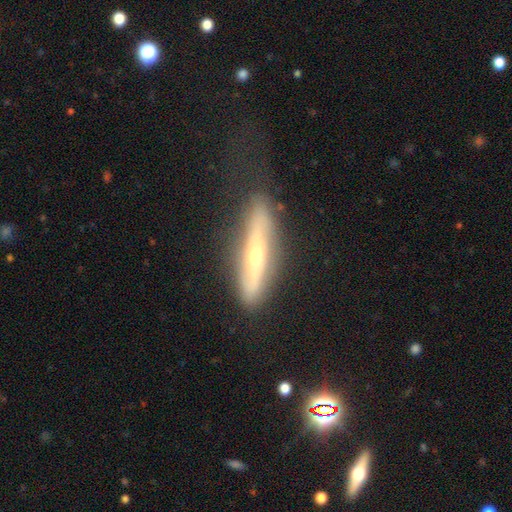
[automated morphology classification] Q: Smooth or featured?
A: featured or disk (63%); runner-up: smooth (30%)
Q: Edge-on disk?
A: yes (73%); runner-up: no (27%)
Q: Merging?
A: none (74%); runner-up: minor disturbance (17%)